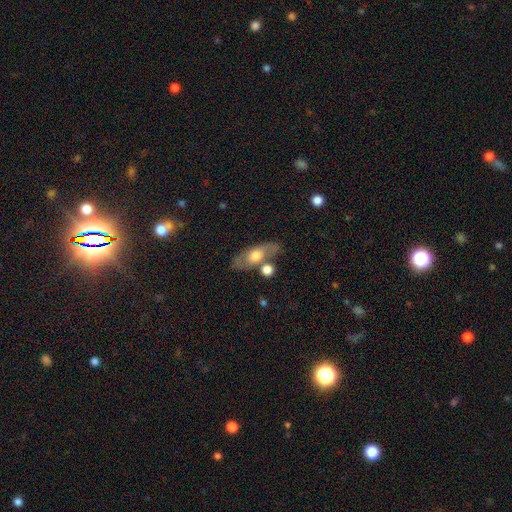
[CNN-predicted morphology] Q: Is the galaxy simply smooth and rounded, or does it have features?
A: smooth — 51%.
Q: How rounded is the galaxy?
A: in between — 74%.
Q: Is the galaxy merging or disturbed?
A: none — 67%.